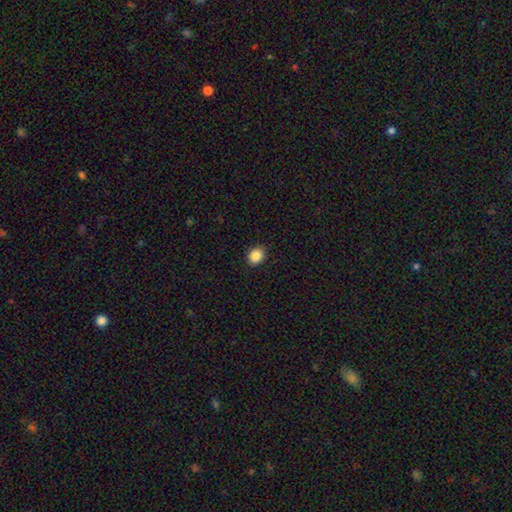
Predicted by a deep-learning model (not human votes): smooth 88%, star or artifact 9%, featured or disk 3%. Down the decision tree: how rounded — round (59%); merging — none (90%).